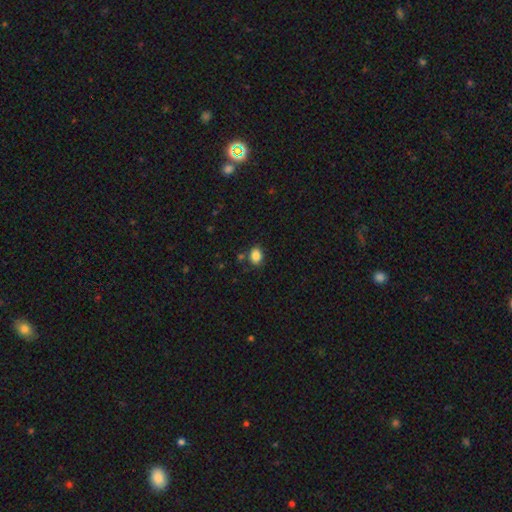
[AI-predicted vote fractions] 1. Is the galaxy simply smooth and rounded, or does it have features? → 86% smooth, 10% star or artifact, 4% featured or disk.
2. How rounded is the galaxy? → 59% in between, 40% round, 1% cigar-shaped.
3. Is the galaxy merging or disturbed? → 79% none, 12% minor disturbance, 6% merger, 3% major disturbance.